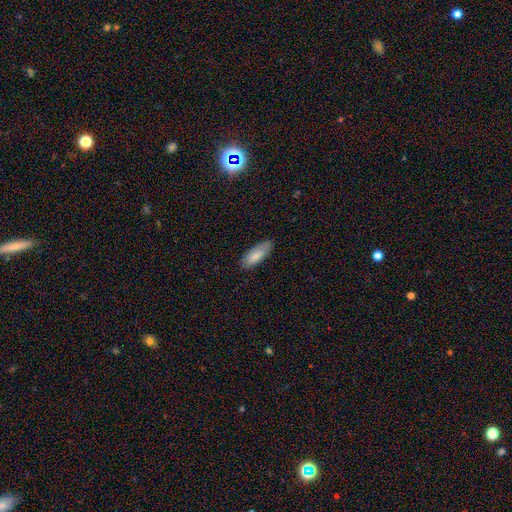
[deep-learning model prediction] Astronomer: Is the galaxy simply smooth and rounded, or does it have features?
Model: smooth — 85%.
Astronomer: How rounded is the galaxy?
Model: in between — 72%.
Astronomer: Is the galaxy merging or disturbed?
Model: none — 83%.